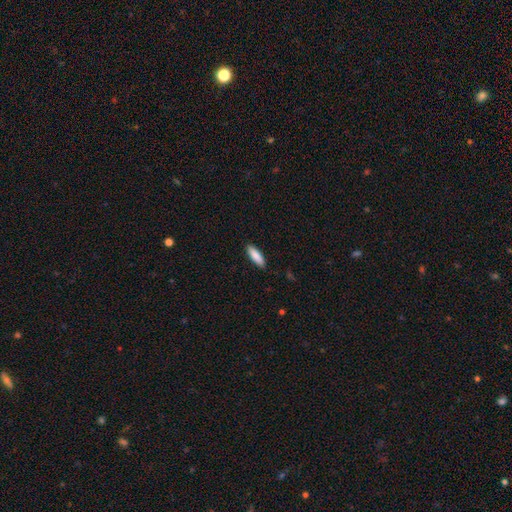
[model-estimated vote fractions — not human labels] Q: Smooth or featured?
A: smooth (86%); runner-up: featured or disk (8%)
Q: How rounded?
A: cigar-shaped (52%); runner-up: in between (47%)
Q: Merging?
A: none (90%); runner-up: minor disturbance (8%)